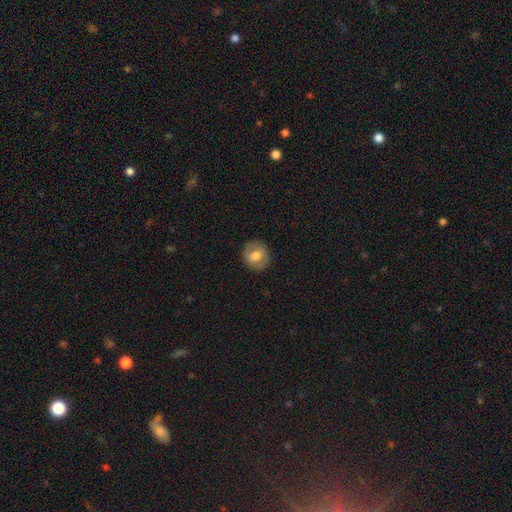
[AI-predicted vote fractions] Morphology: type=smooth (68%); roundness=round (84%); merging=none (87%).